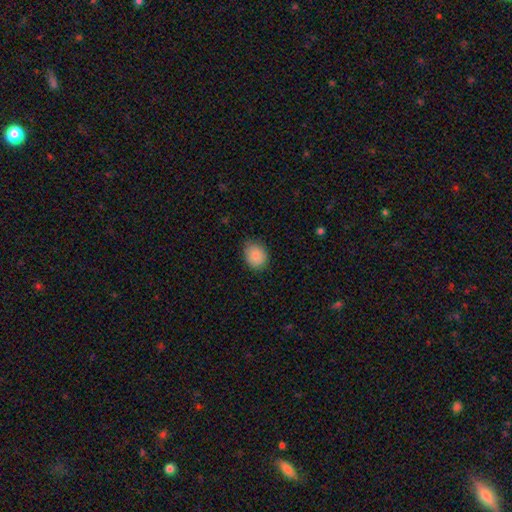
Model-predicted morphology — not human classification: smooth_or_featured: smooth (p=0.86) [alt: star or artifact p=0.08]
how_rounded: in between (p=0.52) [alt: round p=0.47]
merging: none (p=0.75) [alt: minor disturbance p=0.21]